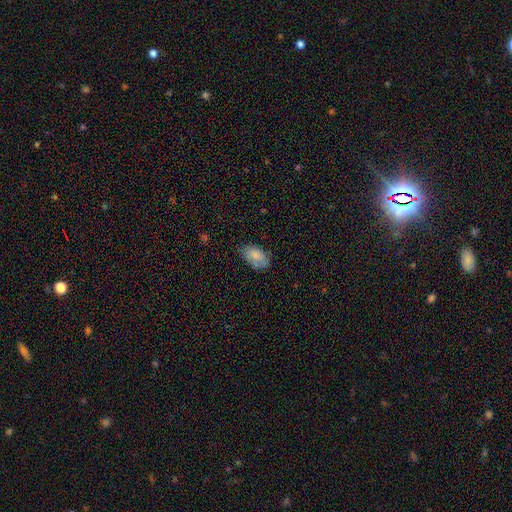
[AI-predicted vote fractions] smooth_or_featured: smooth (p=0.81) [alt: featured or disk p=0.11]
how_rounded: in between (p=0.93) [alt: round p=0.05]
merging: none (p=0.67) [alt: minor disturbance p=0.26]